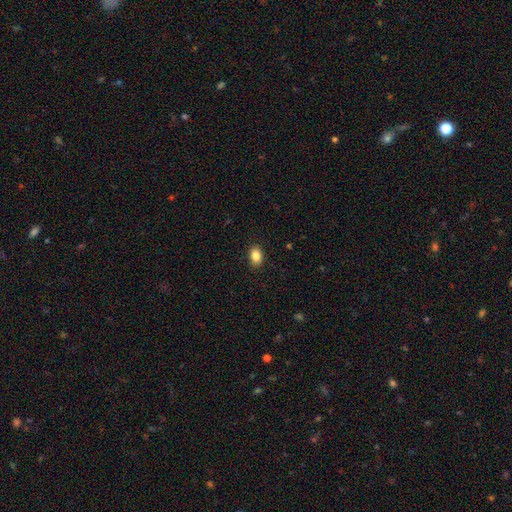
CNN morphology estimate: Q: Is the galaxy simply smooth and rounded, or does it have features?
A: smooth — 86%.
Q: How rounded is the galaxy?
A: in between — 79%.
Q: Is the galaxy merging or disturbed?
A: none — 88%.